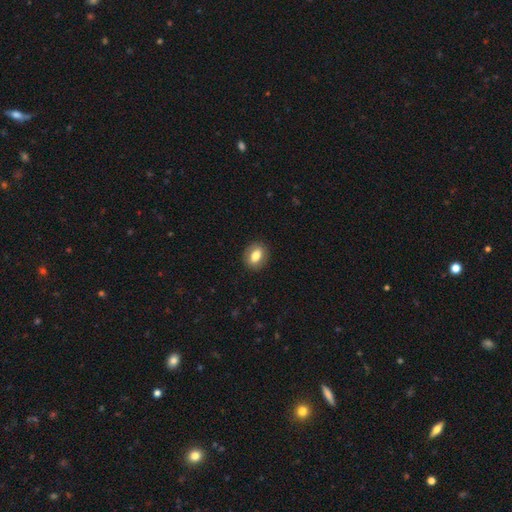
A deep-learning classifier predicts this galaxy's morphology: Smooth or featured?
  - smooth: 77% *
  - featured or disk: 15%
  - star or artifact: 8%
How rounded?
  - in between: 66% *
  - round: 32%
  - cigar-shaped: 2%
Merging?
  - none: 87% *
  - minor disturbance: 9%
  - major disturbance: 3%
  - merger: 1%